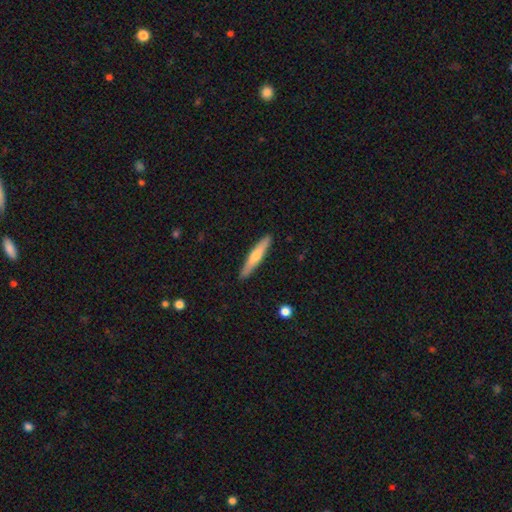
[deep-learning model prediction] Smooth or featured? Predicted: smooth (p=0.51). How rounded? Predicted: cigar-shaped (p=0.92). Merging? Predicted: none (p=0.91).